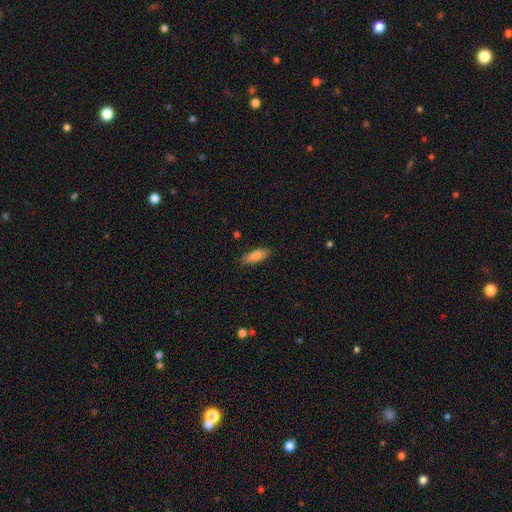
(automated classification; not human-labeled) A smooth galaxy with no disk features (81%) that is in between round and cigar-shaped (60%).

Vote fractions:
- Smooth or featured? smooth: 81% / featured or disk: 13% / star or artifact: 6%
- How rounded? in between: 60% / cigar-shaped: 38% / round: 2%
- Merging? none: 86% / minor disturbance: 11% / major disturbance: 2% / merger: 1%